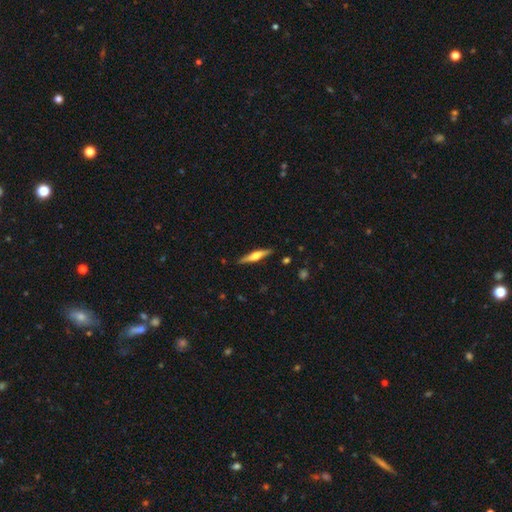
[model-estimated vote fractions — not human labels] Smooth or featured: featured or disk — 56% (smooth — 38%)
Edge-on disk: yes — 96% (no — 4%)
Edge-on bulge: rounded — 84% (boxy — 10%)
Merging: none — 88% (minor disturbance — 9%)